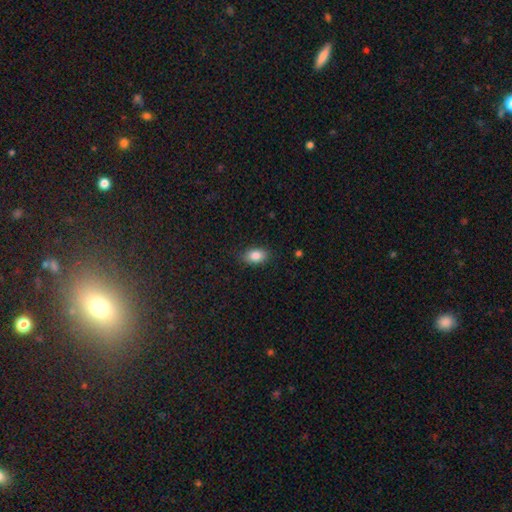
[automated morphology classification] The model was most divided on "merging": none: 86%, minor disturbance: 10%, major disturbance: 2%, merger: 1%. More confident: how rounded — in between (87%); smooth or featured — smooth (85%).